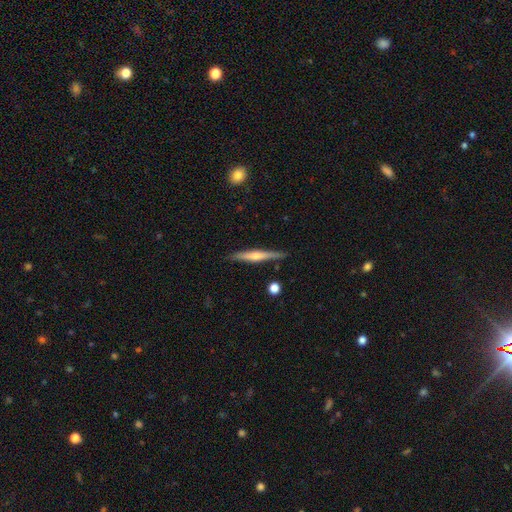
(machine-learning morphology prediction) Q: Smooth or featured?
A: featured or disk (65%); runner-up: smooth (29%)
Q: Edge-on disk?
A: yes (97%); runner-up: no (3%)
Q: Edge-on bulge?
A: rounded (77%); runner-up: none (15%)
Q: Merging?
A: none (89%); runner-up: minor disturbance (8%)